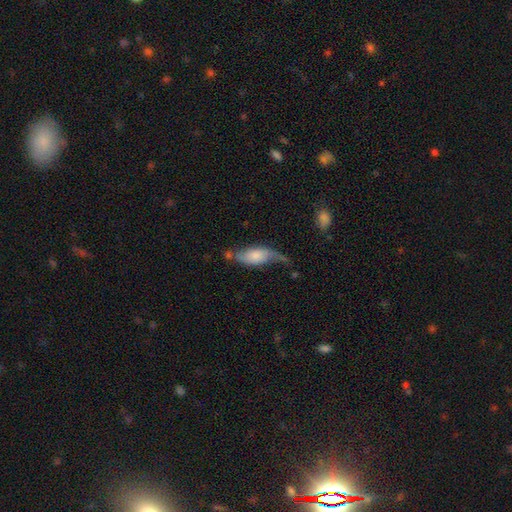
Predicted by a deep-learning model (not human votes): smooth_or_featured: featured or disk (p=0.50) [alt: smooth p=0.43]
merging: none (p=0.39) [alt: minor disturbance p=0.31]